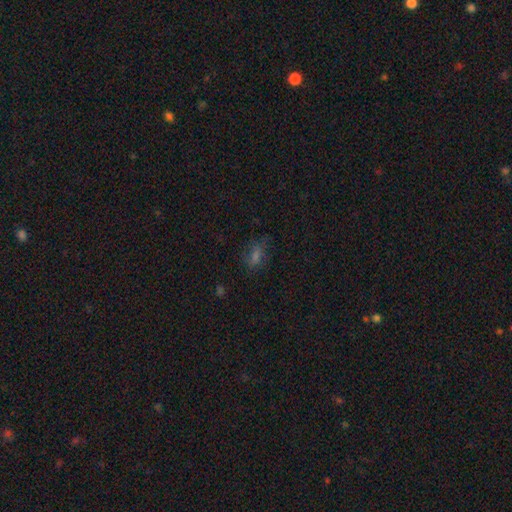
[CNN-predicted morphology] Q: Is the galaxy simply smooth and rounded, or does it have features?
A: smooth — 51%.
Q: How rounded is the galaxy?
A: in between — 72%.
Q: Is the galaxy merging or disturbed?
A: none — 68%.